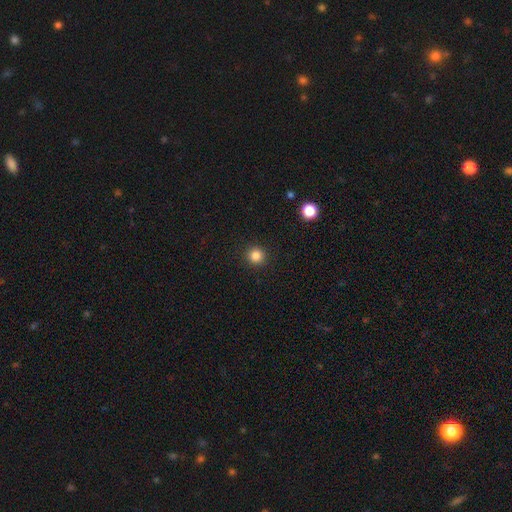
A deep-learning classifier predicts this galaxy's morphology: This is clearly a smooth galaxy (84%). How rounded: clearly round (94%). Merging: clearly none (93%).